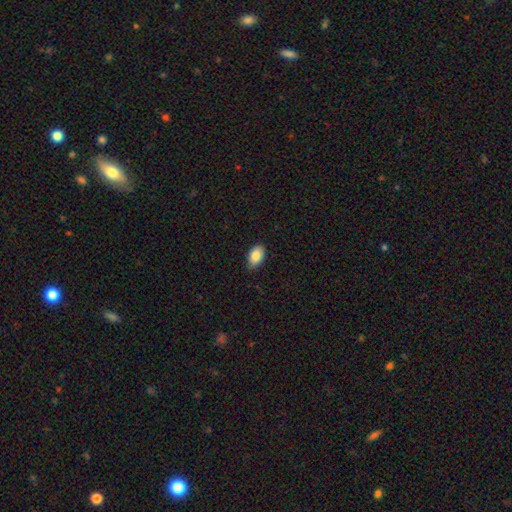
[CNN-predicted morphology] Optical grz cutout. It shows a smooth galaxy with no disk features (86%) that is in between round and cigar-shaped (92%). Merging: none (84%).